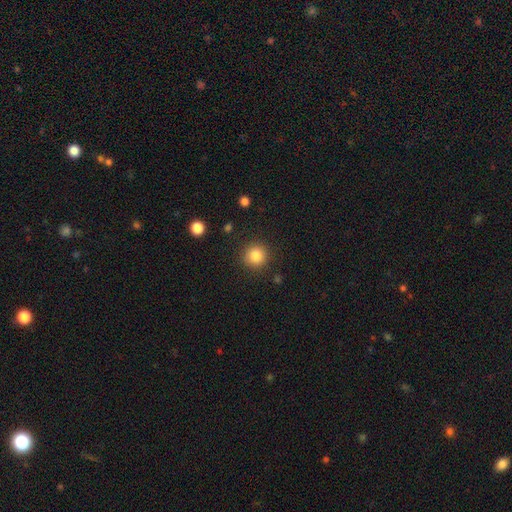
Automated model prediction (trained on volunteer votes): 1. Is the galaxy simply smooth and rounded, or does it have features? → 84% smooth, 11% star or artifact, 6% featured or disk.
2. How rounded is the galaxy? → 93% round, 6% in between, 1% cigar-shaped.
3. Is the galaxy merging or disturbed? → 89% none, 7% minor disturbance, 3% major disturbance, 1% merger.